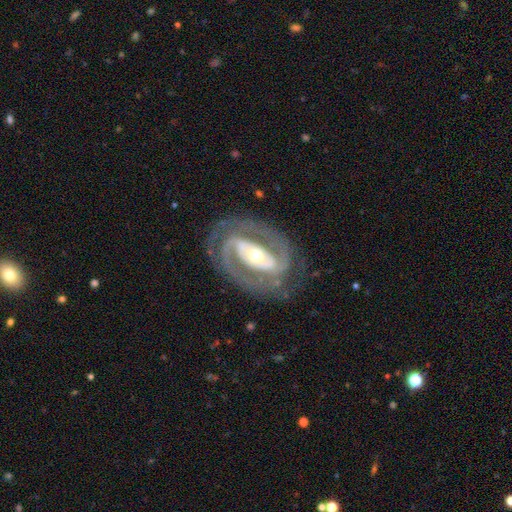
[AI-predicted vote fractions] smooth_or_featured: featured or disk (p=0.90) [alt: smooth p=0.06]
disk_edge_on: no (p=0.96) [alt: yes p=0.04]
bar: strong (p=0.40) [alt: no p=0.32]
has_spiral_arms: yes (p=0.95) [alt: no p=0.05]
spiral_winding: tight (p=0.50) [alt: medium p=0.42]
spiral_arm_count: 2 (p=0.86) [alt: can't tell p=0.05]
bulge_size: moderate (p=0.58) [alt: small p=0.32]
merging: none (p=0.78) [alt: minor disturbance p=0.14]